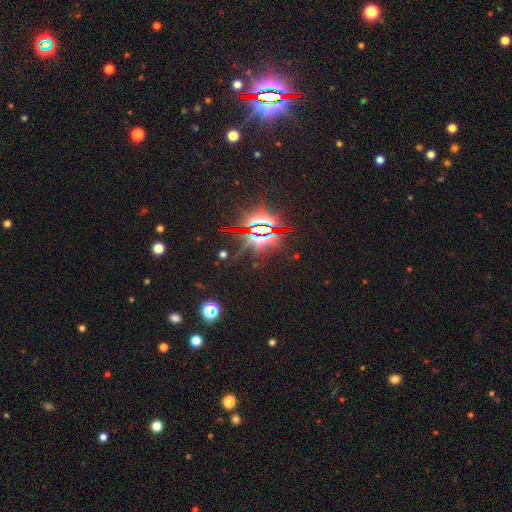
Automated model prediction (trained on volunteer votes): smooth_or_featured: star or artifact (p=0.86) [alt: smooth p=0.07]